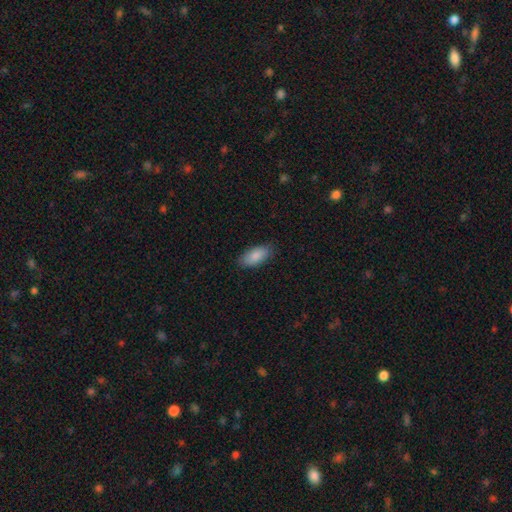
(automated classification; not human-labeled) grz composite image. It shows a smooth galaxy with no disk features (88%) that is in between round and cigar-shaped (91%). Merging: none (84%).